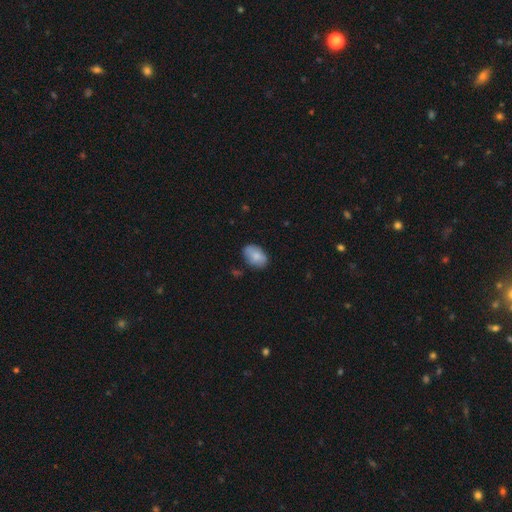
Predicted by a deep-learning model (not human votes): Morphology: type=smooth (82%); roundness=in between (88%); merging=none (74%).